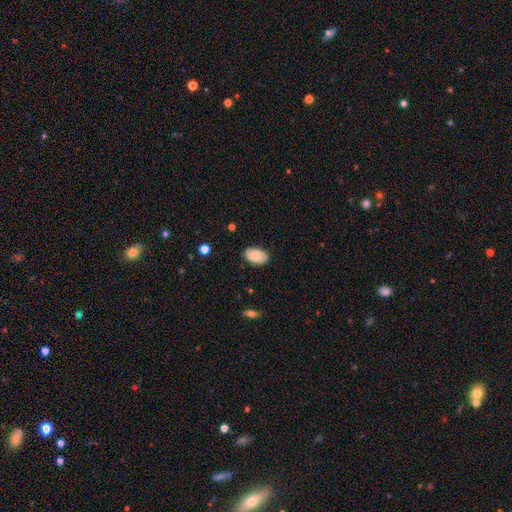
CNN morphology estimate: This is clearly a smooth galaxy (84%). How rounded: clearly in between (93%). Merging: clearly none (84%).